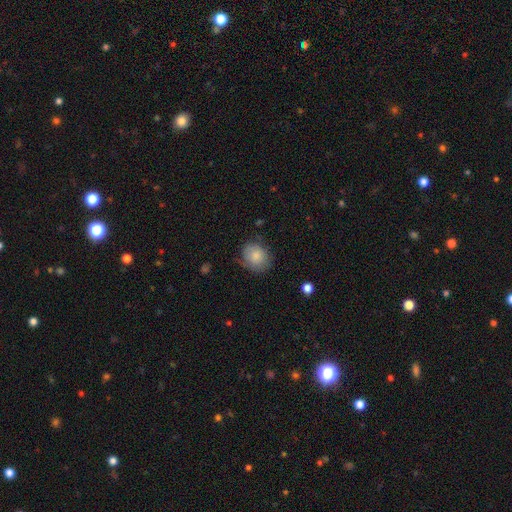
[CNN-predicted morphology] Smooth or featured? Predicted: smooth (p=0.82). How rounded? Predicted: round (p=0.61). Merging? Predicted: none (p=0.69).